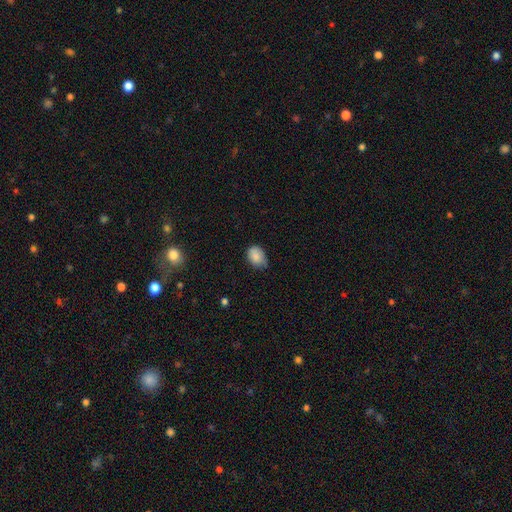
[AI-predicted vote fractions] Smooth or featured?
  - smooth: 85% *
  - star or artifact: 8%
  - featured or disk: 7%
How rounded?
  - in between: 73% *
  - round: 26%
  - cigar-shaped: 1%
Merging?
  - none: 55% *
  - minor disturbance: 37%
  - major disturbance: 6%
  - merger: 2%